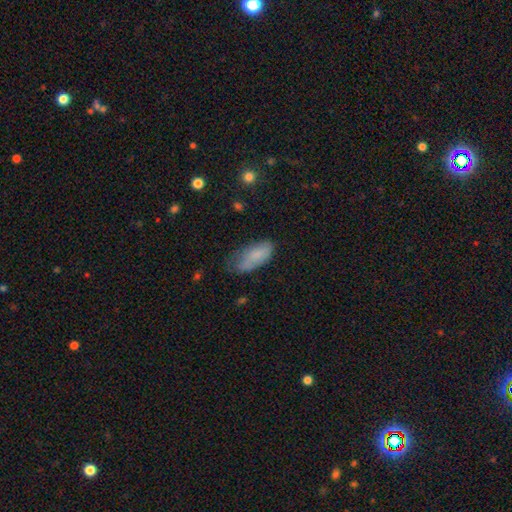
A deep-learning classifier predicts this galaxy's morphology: This appears to be a smooth galaxy with no disk features (79%) that is in between round and cigar-shaped (87%). Merging: none (48%).